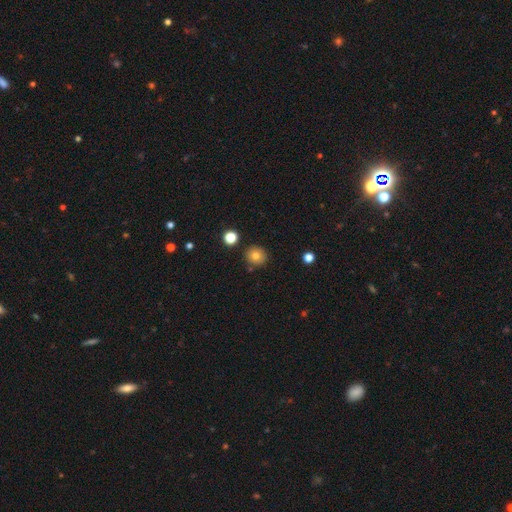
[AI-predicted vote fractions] Smooth or featured? smooth (79%)
How rounded? round (90%)
Merging? none (86%)